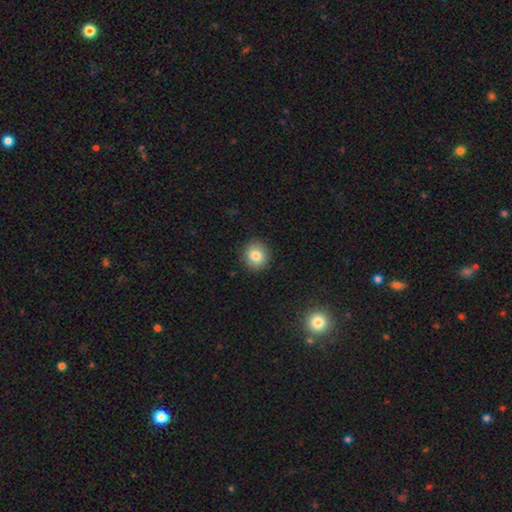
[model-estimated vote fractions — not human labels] smooth 83%, star or artifact 10%, featured or disk 8%. Down the decision tree: how rounded — round (83%); merging — none (90%).